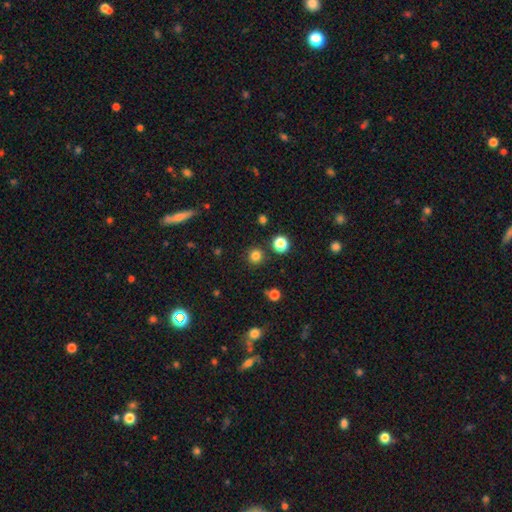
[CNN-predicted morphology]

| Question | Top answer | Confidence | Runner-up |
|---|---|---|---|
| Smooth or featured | smooth | 80% | star or artifact (15%) |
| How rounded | round | 94% | in between (5%) |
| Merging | none | 89% | minor disturbance (6%) |